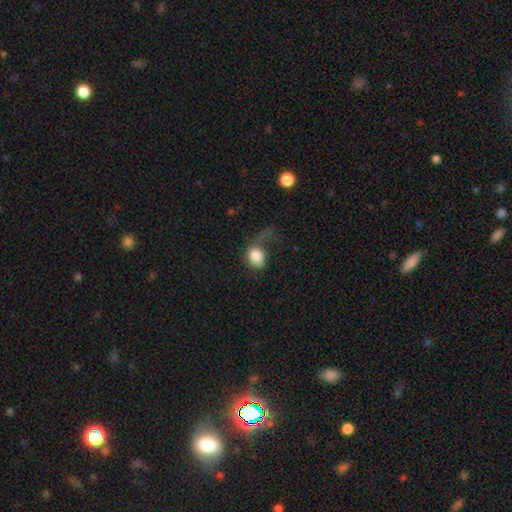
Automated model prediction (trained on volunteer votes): smooth_or_featured: smooth (p=0.78) [alt: featured or disk p=0.13]
how_rounded: round (p=0.52) [alt: in between p=0.47]
merging: major disturbance (p=0.55) [alt: none p=0.21]